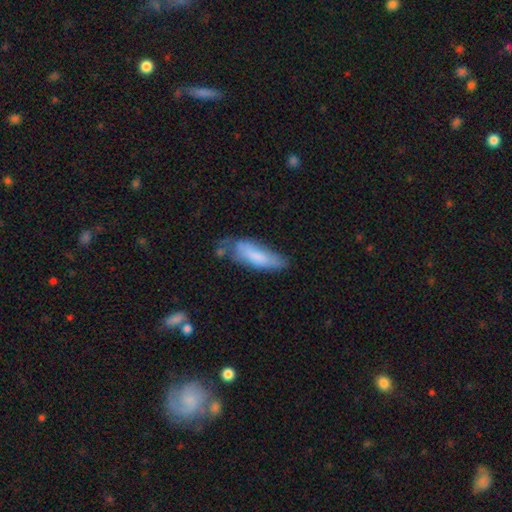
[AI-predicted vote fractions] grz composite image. It shows a smooth galaxy with no disk features (71%) that is in between round and cigar-shaped (56%). Merging: none (41%).